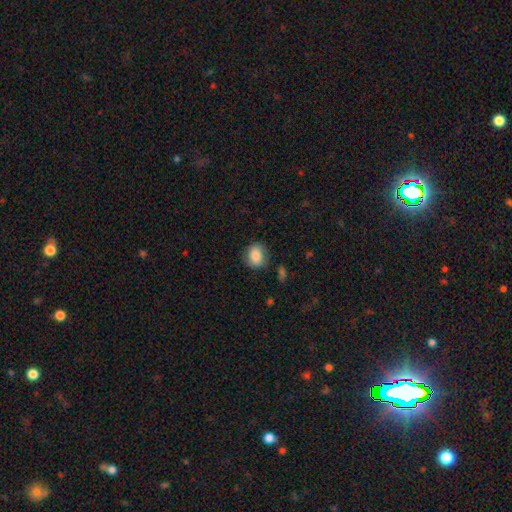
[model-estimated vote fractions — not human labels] Smooth or featured? smooth (83%)
How rounded? round (64%)
Merging? none (80%)